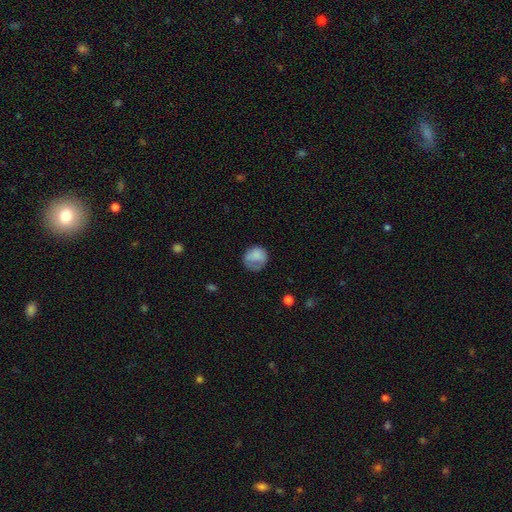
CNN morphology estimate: Smooth or featured? smooth (75%)
How rounded? round (74%)
Merging? none (51%)